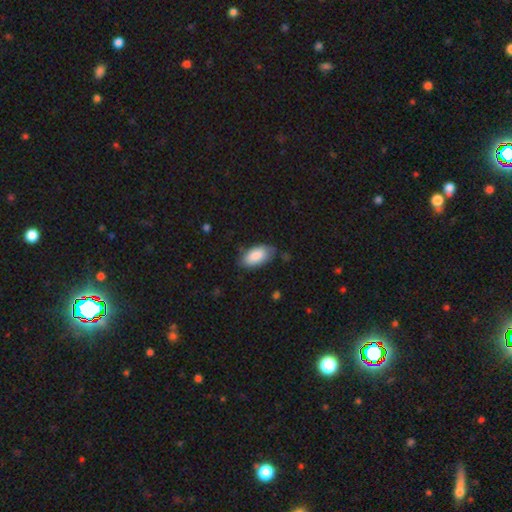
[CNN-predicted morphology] type=smooth (86%); roundness=in between (94%); merging=none (72%).